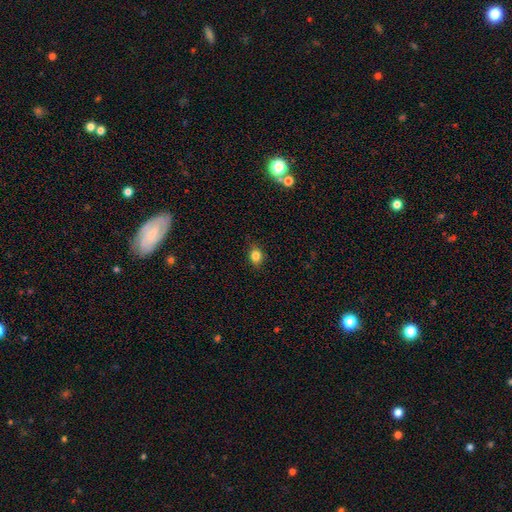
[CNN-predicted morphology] A smooth galaxy with no disk features (82%) that is in between round and cigar-shaped (55%). Merging: none (84%).